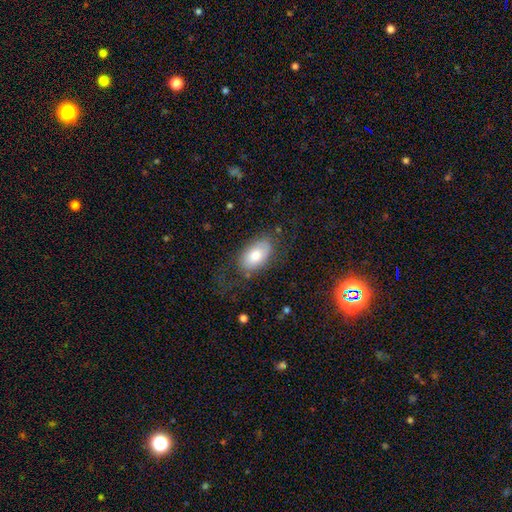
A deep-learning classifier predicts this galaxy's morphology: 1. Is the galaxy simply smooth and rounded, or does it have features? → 69% smooth, 24% featured or disk, 7% star or artifact.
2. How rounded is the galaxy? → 93% in between, 5% round, 2% cigar-shaped.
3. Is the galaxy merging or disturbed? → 67% none, 19% minor disturbance, 12% major disturbance, 2% merger.